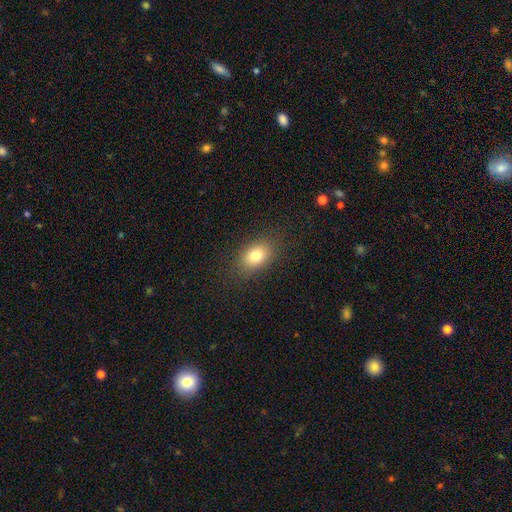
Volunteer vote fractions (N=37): Smooth or featured?
  - smooth: 81% *
  - featured or disk: 11%
  - star or artifact: 8%
How rounded?
  - in between: 80% *
  - round: 20%
  - cigar-shaped: 0%
Merging?
  - none: 74% *
  - minor disturbance: 26%
  - major disturbance: 0%
  - merger: 0%